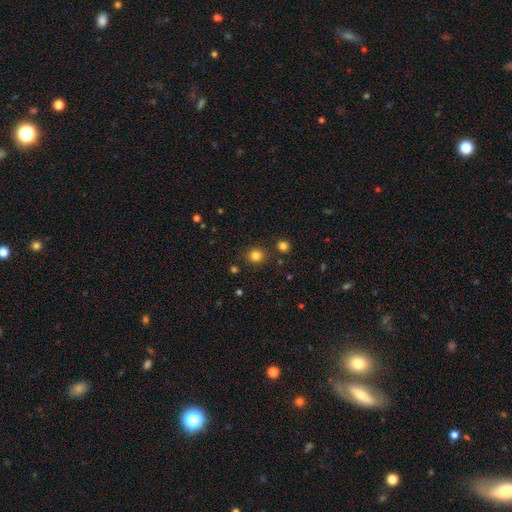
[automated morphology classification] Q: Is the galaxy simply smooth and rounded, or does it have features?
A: smooth — 81%.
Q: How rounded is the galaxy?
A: round — 90%.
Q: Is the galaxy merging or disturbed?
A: none — 87%.